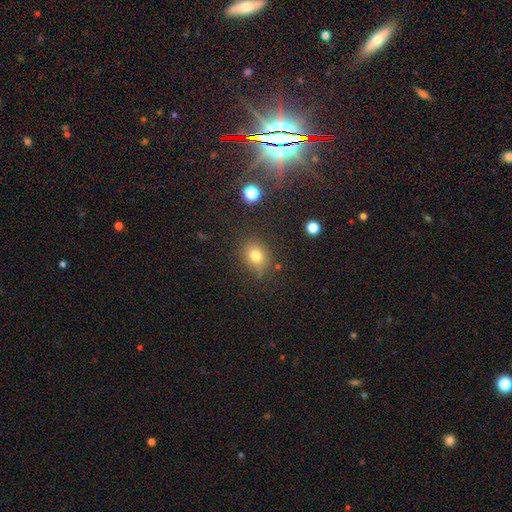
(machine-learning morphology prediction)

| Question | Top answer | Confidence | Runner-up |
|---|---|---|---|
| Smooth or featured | smooth | 76% | star or artifact (15%) |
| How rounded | round | 65% | in between (34%) |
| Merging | none | 78% | minor disturbance (14%) |